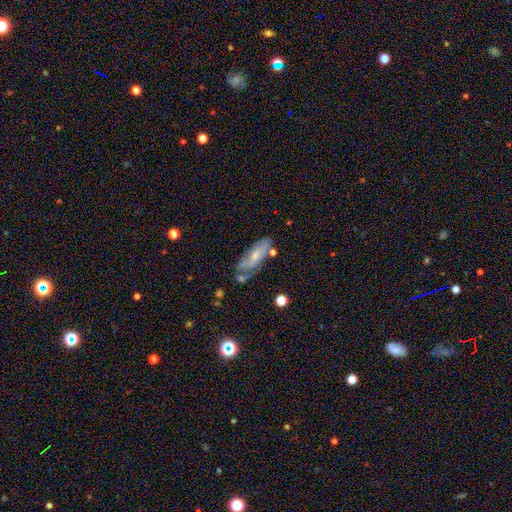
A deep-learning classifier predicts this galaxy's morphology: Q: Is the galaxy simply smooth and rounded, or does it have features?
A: featured or disk — 50%.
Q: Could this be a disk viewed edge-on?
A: no — 72%.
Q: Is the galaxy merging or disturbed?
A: none — 53%.